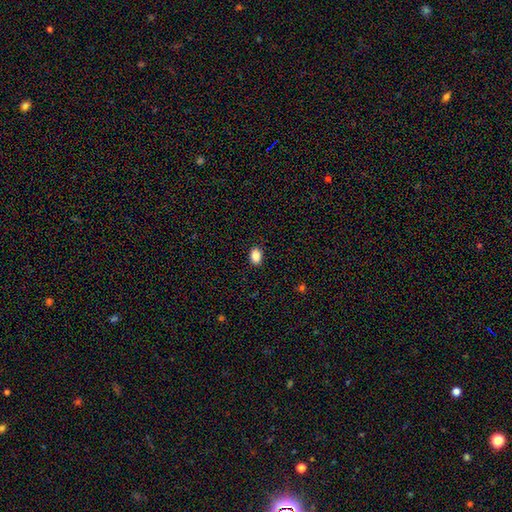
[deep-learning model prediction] Smooth or featured? Predicted: smooth (p=0.88). How rounded? Predicted: in between (p=0.81). Merging? Predicted: none (p=0.90).